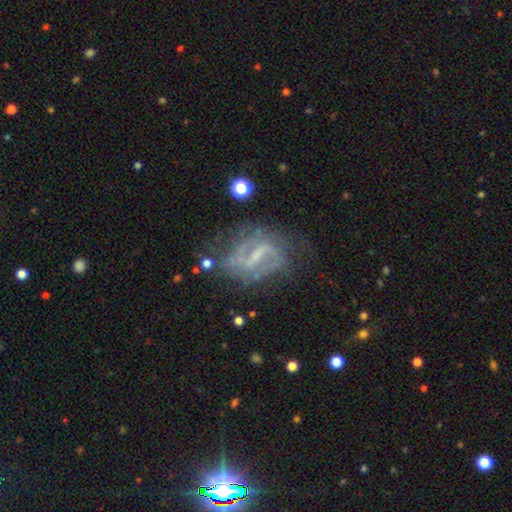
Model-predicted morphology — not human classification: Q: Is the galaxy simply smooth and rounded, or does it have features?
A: featured or disk — 77%.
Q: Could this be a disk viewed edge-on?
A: no — 95%.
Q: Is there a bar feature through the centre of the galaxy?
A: strong — 44%.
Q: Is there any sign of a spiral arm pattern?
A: yes — 75%.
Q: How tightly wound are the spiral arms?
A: medium — 41%.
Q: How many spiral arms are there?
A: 2 — 54%.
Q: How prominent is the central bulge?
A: small — 47%.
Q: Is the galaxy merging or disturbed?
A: none — 55%.